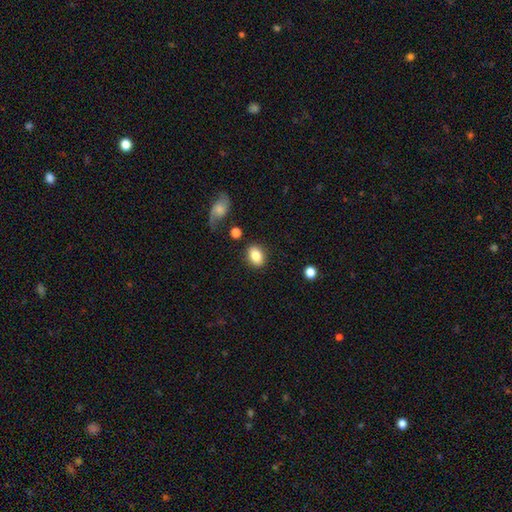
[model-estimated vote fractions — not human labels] Smooth or featured?
  - smooth: 83% *
  - featured or disk: 9%
  - star or artifact: 8%
How rounded?
  - in between: 74% *
  - round: 25%
  - cigar-shaped: 1%
Merging?
  - none: 83% *
  - minor disturbance: 10%
  - major disturbance: 3%
  - merger: 3%